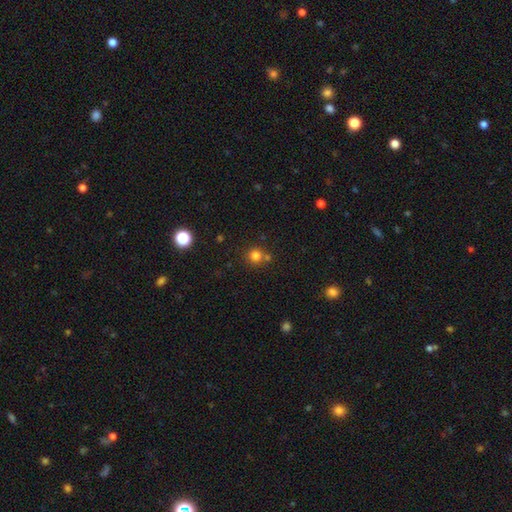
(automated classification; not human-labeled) A smooth galaxy with no disk features (79%) that is round (92%).

Vote fractions:
- Smooth or featured? smooth: 79% / star or artifact: 15% / featured or disk: 6%
- How rounded? round: 92% / in between: 8% / cigar-shaped: 1%
- Merging? none: 69% / merger: 19% / minor disturbance: 8% / major disturbance: 3%